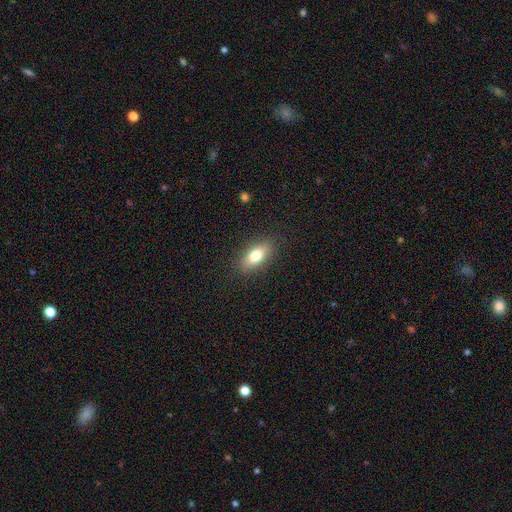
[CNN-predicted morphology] The model was most divided on "smooth or featured": smooth: 75%, featured or disk: 17%, star or artifact: 8%. More confident: merging — none (87%); how rounded — in between (80%).